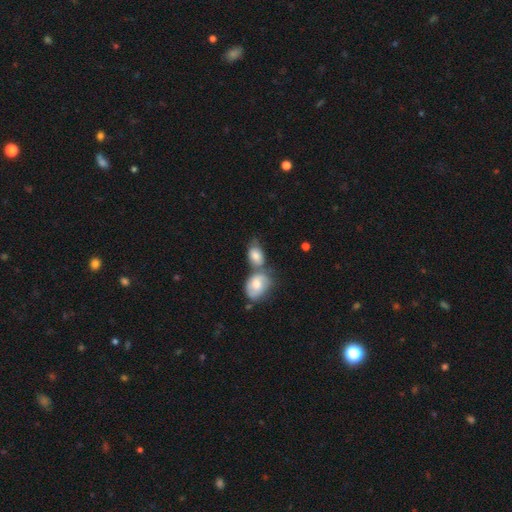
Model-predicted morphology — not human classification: Smooth or featured: smooth — 70% (featured or disk — 23%)
How rounded: in between — 84% (round — 14%)
Merging: merger — 51% (none — 28%)